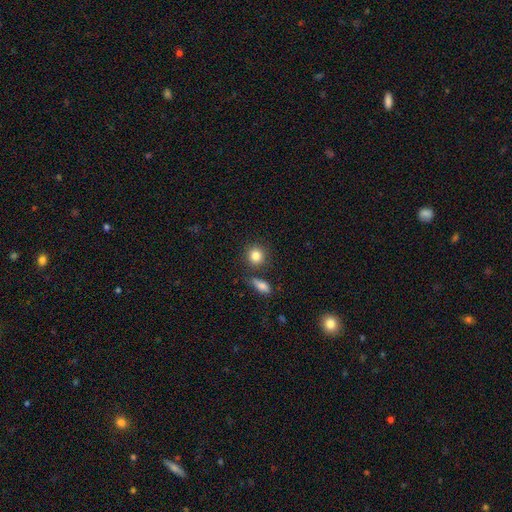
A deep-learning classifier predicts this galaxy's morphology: The model was most divided on "merging": none: 77%, merger: 10%, minor disturbance: 10%, major disturbance: 3%. More confident: smooth or featured — smooth (85%); how rounded — round (83%).